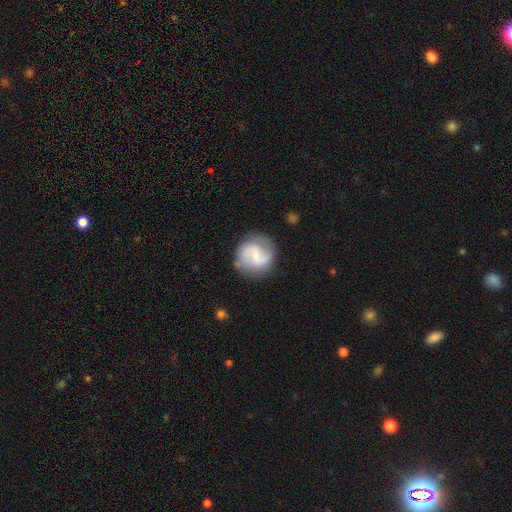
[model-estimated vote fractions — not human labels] Q: Smooth or featured?
A: featured or disk (76%); runner-up: smooth (18%)
Q: Edge-on disk?
A: no (98%); runner-up: yes (2%)
Q: Bar?
A: weak (51%); runner-up: no (35%)
Q: Spiral arms?
A: yes (94%); runner-up: no (6%)
Q: Spiral winding?
A: medium (47%); runner-up: loose (37%)
Q: Spiral arm count?
A: 2 (90%); runner-up: can't tell (4%)
Q: Bulge size?
A: small (64%); runner-up: moderate (26%)
Q: Merging?
A: none (81%); runner-up: minor disturbance (13%)